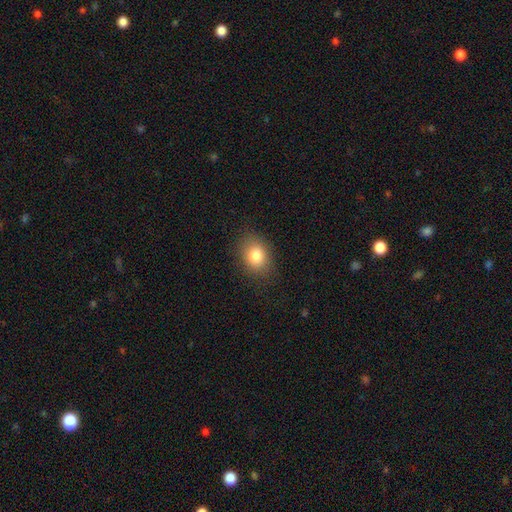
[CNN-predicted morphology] Smooth or featured? Predicted: smooth (p=0.83). How rounded? Predicted: in between (p=0.64). Merging? Predicted: none (p=0.84).